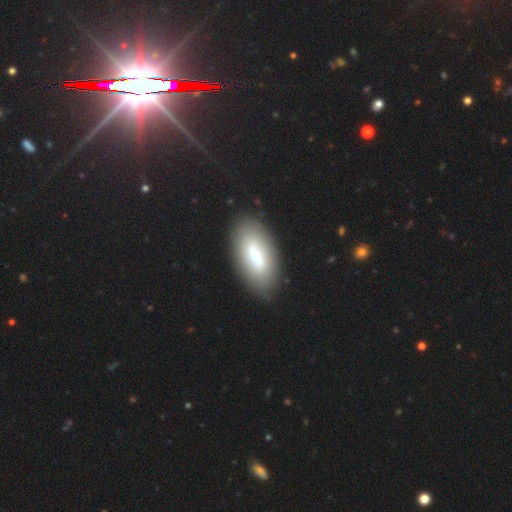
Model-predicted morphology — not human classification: Q: Smooth or featured?
A: smooth (47%); runner-up: featured or disk (46%)
Q: Merging?
A: none (86%); runner-up: minor disturbance (9%)